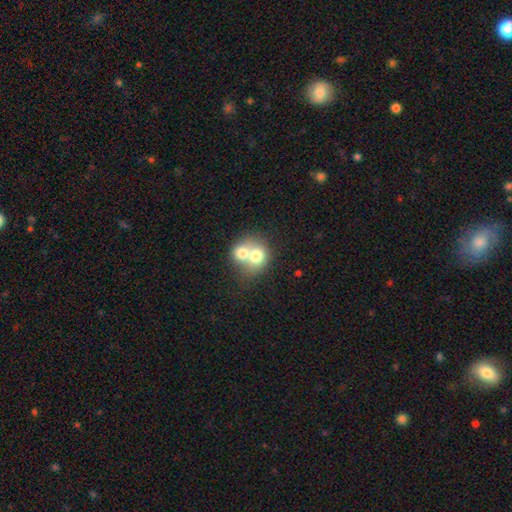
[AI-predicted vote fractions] smooth-or-featured: smooth: 69% | featured or disk: 22% | star or artifact: 9%
  how-rounded: round: 68% | in between: 31% | cigar-shaped: 1%
  merging: merger: 74% | none: 19% | minor disturbance: 5% | major disturbance: 3%